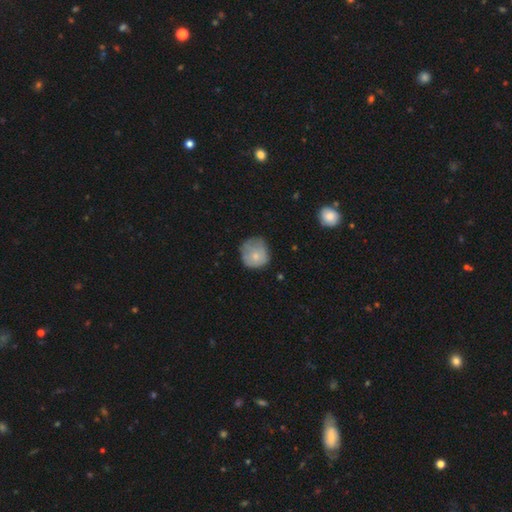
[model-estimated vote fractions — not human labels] A smooth galaxy with no disk features (73%) that is round (85%).

Vote fractions:
- Smooth or featured? smooth: 73% / featured or disk: 20% / star or artifact: 7%
- How rounded? round: 85% / in between: 14% / cigar-shaped: 1%
- Merging? none: 56% / minor disturbance: 31% / major disturbance: 11% / merger: 2%